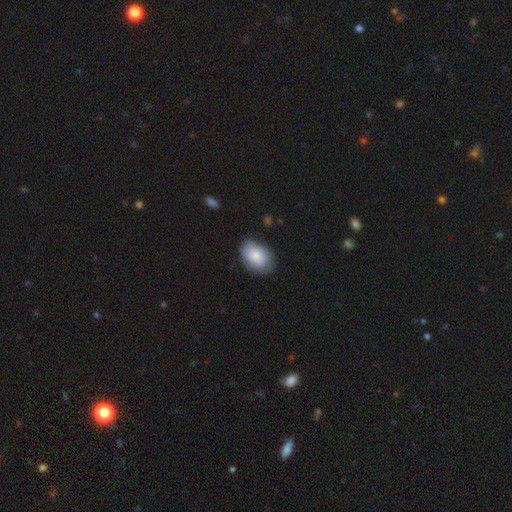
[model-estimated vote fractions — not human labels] Smooth or featured? smooth (82%)
How rounded? in between (85%)
Merging? none (72%)